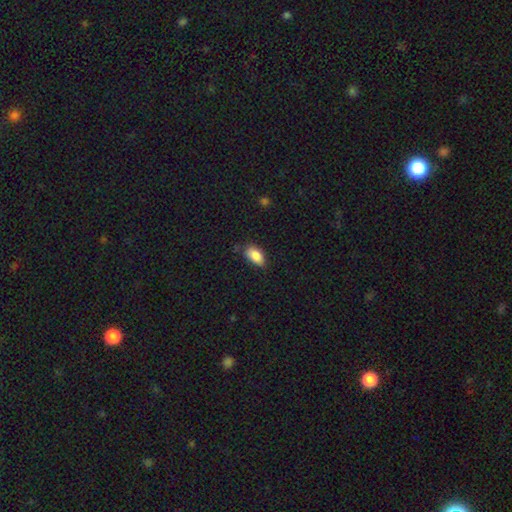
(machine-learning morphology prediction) Smooth or featured? Predicted: smooth (p=0.86). How rounded? Predicted: in between (p=0.92). Merging? Predicted: none (p=0.71).